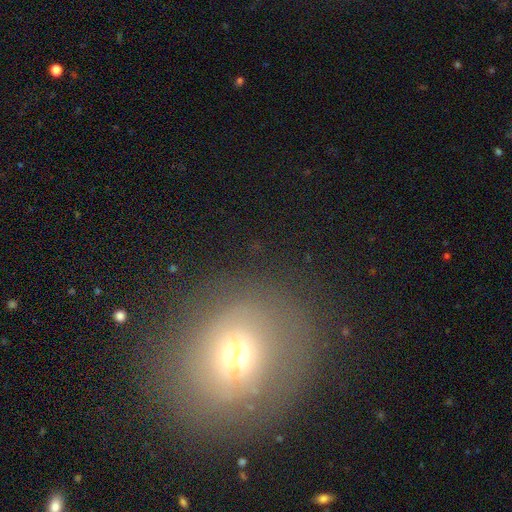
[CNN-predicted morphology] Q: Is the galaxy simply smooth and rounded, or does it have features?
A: smooth — 47%.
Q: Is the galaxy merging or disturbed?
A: none — 70%.